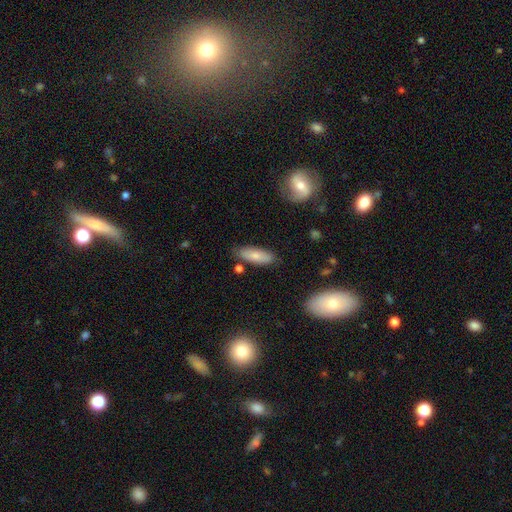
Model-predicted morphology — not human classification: Smooth or featured: smooth — 76% (featured or disk — 17%)
How rounded: in between — 67% (cigar-shaped — 30%)
Merging: none — 80% (minor disturbance — 14%)